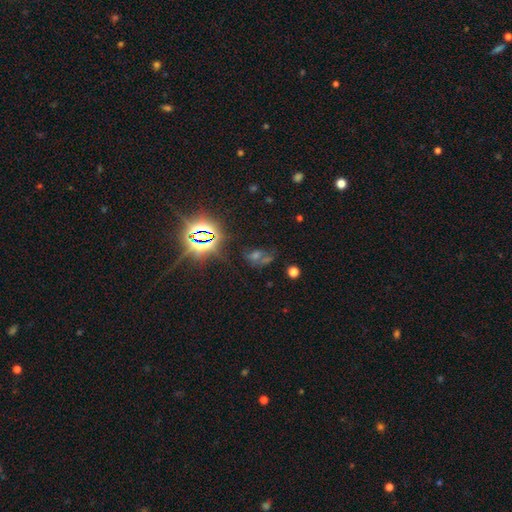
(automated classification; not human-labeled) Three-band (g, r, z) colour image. It shows a star or artifact, not a galaxy (59%).